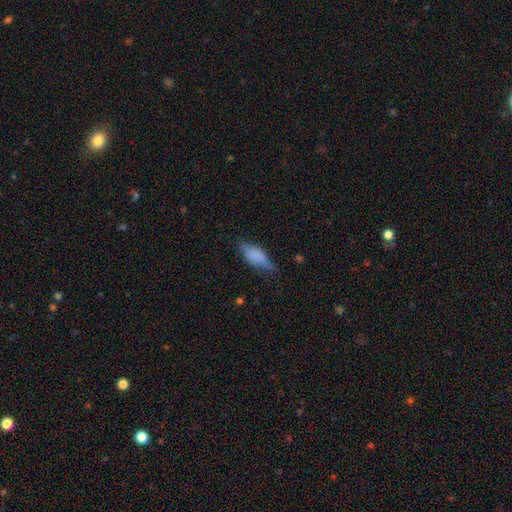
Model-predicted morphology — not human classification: This appears to be a smooth galaxy with no disk features (74%) that is in between round and cigar-shaped (75%). Merging: none (57%).